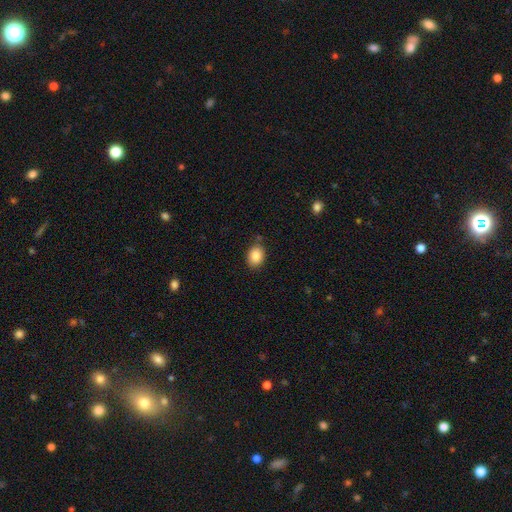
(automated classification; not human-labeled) A smooth galaxy with no disk features (86%) that is in between round and cigar-shaped (60%).

Vote fractions:
- Smooth or featured? smooth: 86% / star or artifact: 9% / featured or disk: 5%
- How rounded? in between: 60% / round: 39% / cigar-shaped: 1%
- Merging? none: 79% / minor disturbance: 14% / merger: 4% / major disturbance: 3%